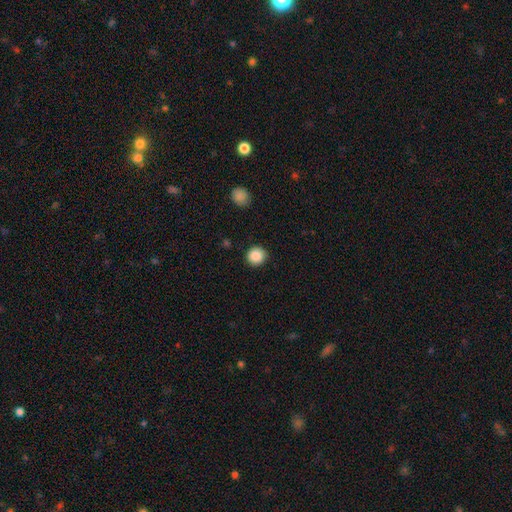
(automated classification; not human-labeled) Smooth or featured: smooth — 88% (star or artifact — 9%)
How rounded: round — 92% (in between — 7%)
Merging: none — 89% (minor disturbance — 8%)